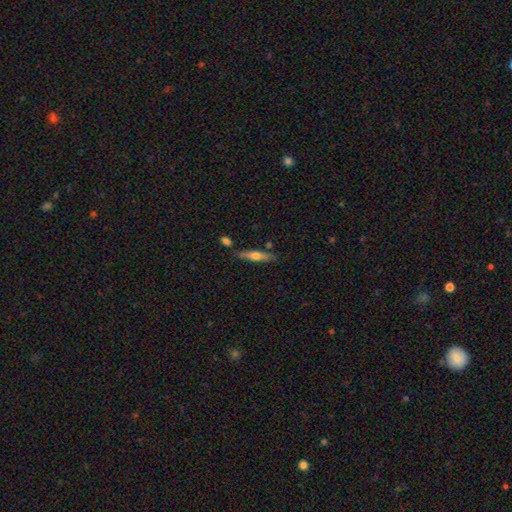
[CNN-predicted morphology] Smooth or featured? featured or disk (49%)
Merging? none (77%)